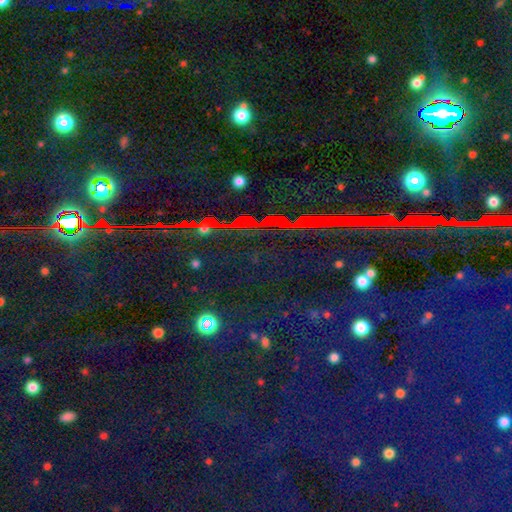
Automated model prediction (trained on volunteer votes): smooth_or_featured: star or artifact (p=0.81) [alt: smooth p=0.10]